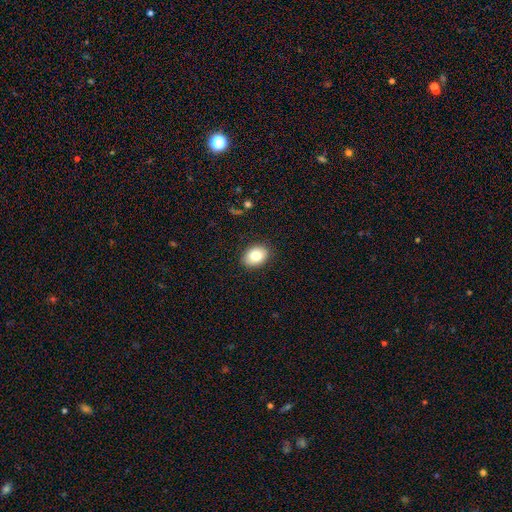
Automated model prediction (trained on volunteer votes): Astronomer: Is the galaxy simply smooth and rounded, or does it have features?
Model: smooth — 82%.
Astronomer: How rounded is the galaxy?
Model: in between — 70%.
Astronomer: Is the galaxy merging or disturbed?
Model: none — 89%.